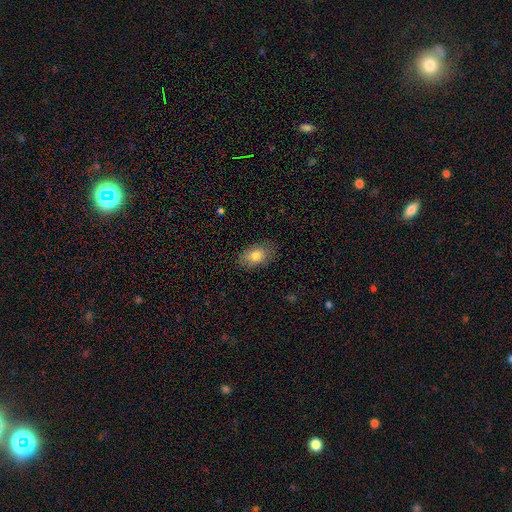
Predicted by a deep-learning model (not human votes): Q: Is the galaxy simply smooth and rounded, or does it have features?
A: smooth — 80%.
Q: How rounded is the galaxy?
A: in between — 90%.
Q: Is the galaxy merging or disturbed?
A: none — 84%.